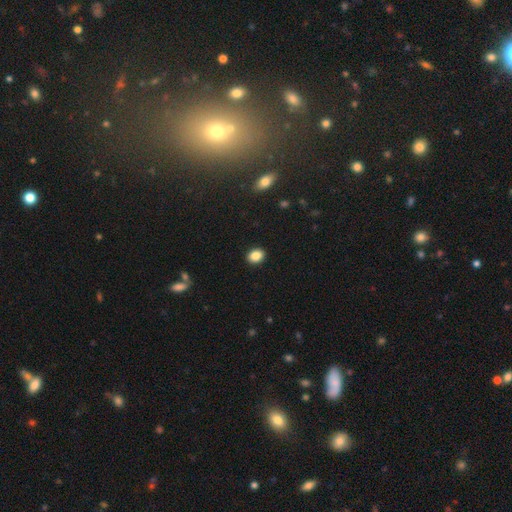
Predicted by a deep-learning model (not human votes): smooth 87%, star or artifact 9%, featured or disk 4%. Down the decision tree: how rounded — in between (58%); merging — none (92%).